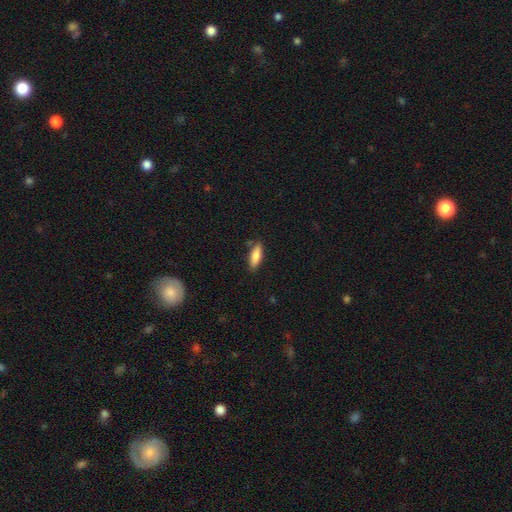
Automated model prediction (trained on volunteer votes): This is clearly a smooth galaxy (83%). How rounded: likely in between (61%). Merging: clearly none (81%).